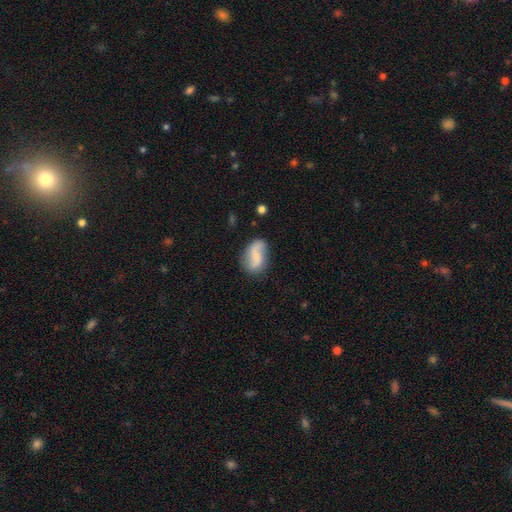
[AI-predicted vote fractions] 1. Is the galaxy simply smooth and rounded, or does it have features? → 54% featured or disk, 38% smooth, 8% star or artifact.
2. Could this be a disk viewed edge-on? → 97% no, 3% yes.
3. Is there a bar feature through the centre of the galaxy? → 42% no, 40% weak, 18% strong.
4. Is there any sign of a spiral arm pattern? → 87% yes, 13% no.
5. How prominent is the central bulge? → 46% none, 33% small, 15% moderate, 3% large, 2% dominant.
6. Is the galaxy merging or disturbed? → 69% none, 20% minor disturbance, 7% major disturbance, 4% merger.